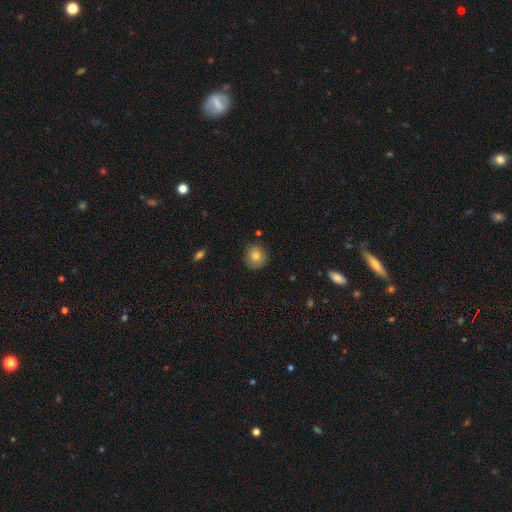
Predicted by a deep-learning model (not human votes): This is clearly a smooth galaxy (81%). How rounded: clearly round (87%). Merging: clearly none (85%).